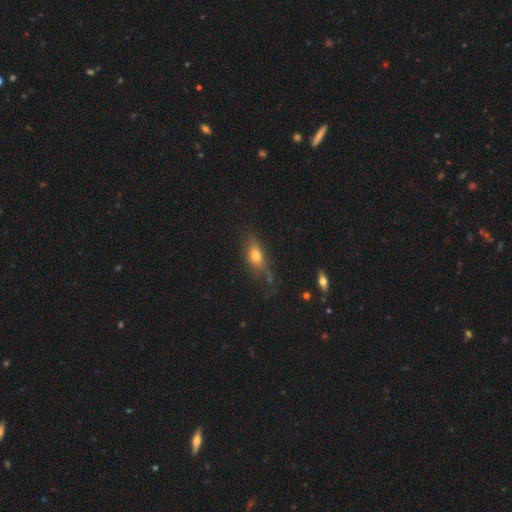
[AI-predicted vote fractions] Overall: smooth (68%). How rounded: in between (74%). Merging: none (49%; minor disturbance 26%).